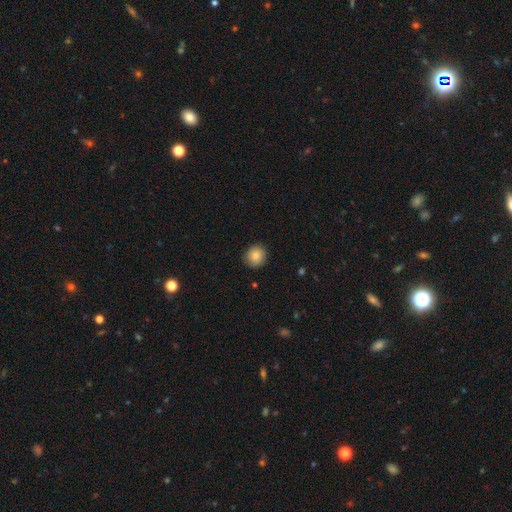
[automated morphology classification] A smooth galaxy with no disk features (84%) that is round (89%). Merging: none (88%).